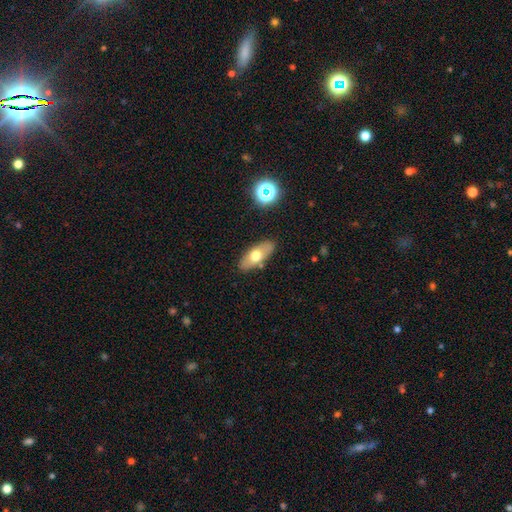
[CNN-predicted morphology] Smooth or featured: smooth — 61% (featured or disk — 31%)
How rounded: in between — 83% (cigar-shaped — 12%)
Merging: none — 85% (minor disturbance — 10%)